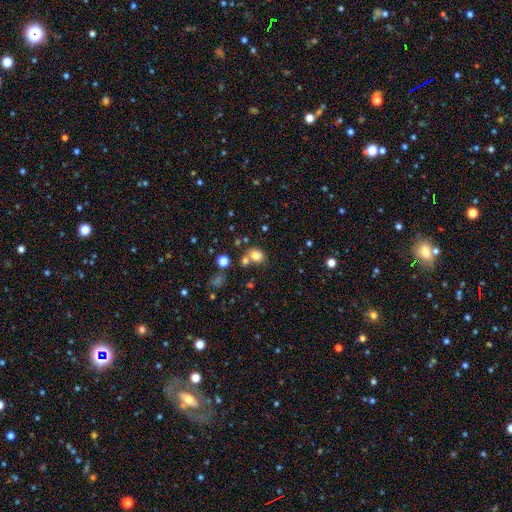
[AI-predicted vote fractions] This appears to be a smooth galaxy with no disk features (78%) that is round (54%). Merging: none (56%).